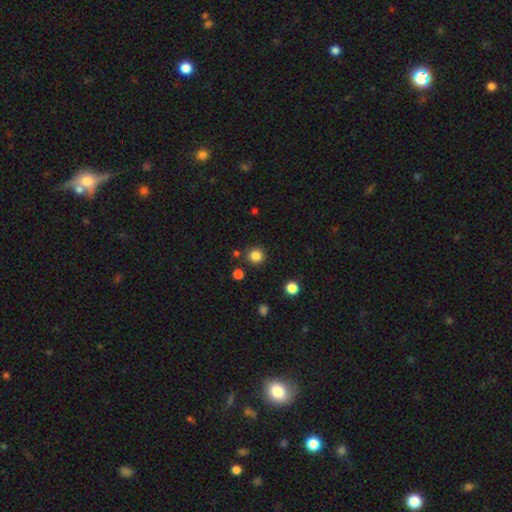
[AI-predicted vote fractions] Q: Smooth or featured?
A: smooth (84%); runner-up: star or artifact (12%)
Q: How rounded?
A: round (93%); runner-up: in between (6%)
Q: Merging?
A: none (87%); runner-up: minor disturbance (7%)